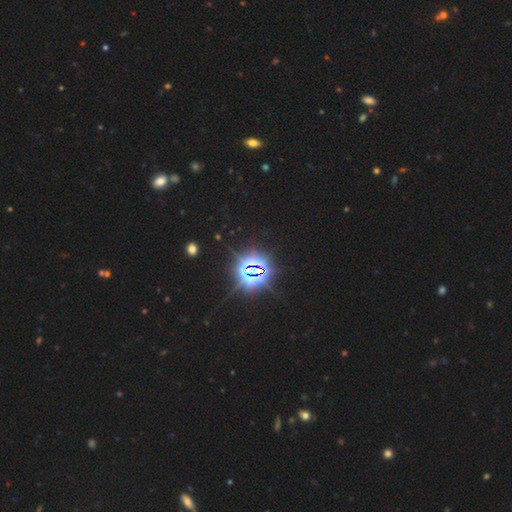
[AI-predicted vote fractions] smooth-or-featured: star or artifact: 83% | smooth: 10% | featured or disk: 7%